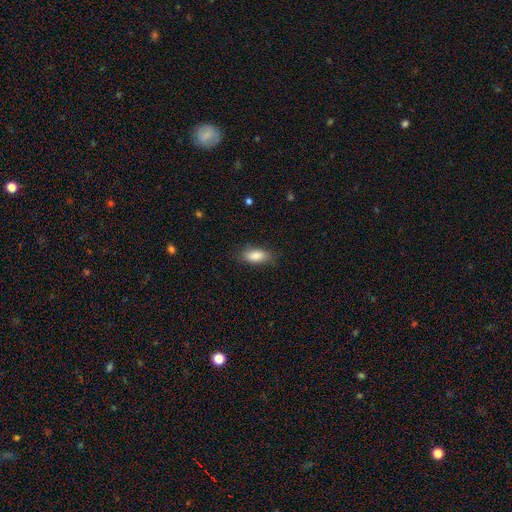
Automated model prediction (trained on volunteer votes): smooth_or_featured: smooth (p=0.86) [alt: featured or disk p=0.07]
how_rounded: in between (p=0.83) [alt: cigar-shaped p=0.15]
merging: none (p=0.80) [alt: minor disturbance p=0.15]